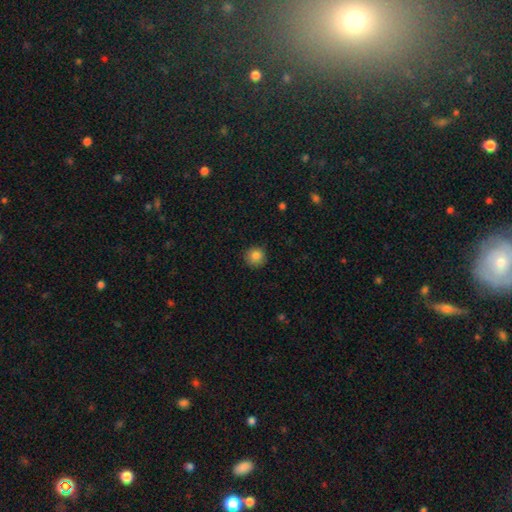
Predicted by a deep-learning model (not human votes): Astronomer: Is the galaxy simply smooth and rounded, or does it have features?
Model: smooth — 84%.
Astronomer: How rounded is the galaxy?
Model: round — 93%.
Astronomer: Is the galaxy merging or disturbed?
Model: none — 89%.